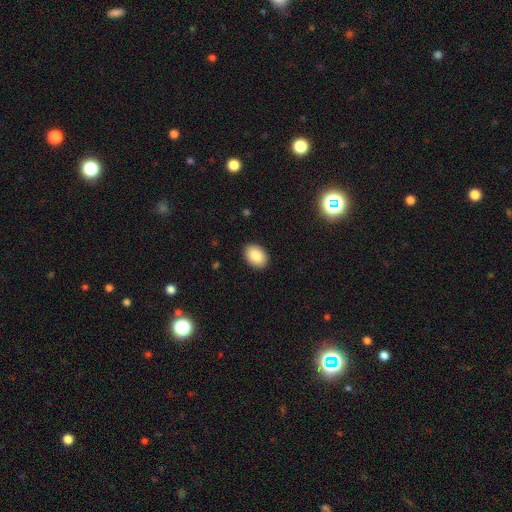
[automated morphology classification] Smooth or featured? smooth (89%)
How rounded? in between (86%)
Merging? none (90%)